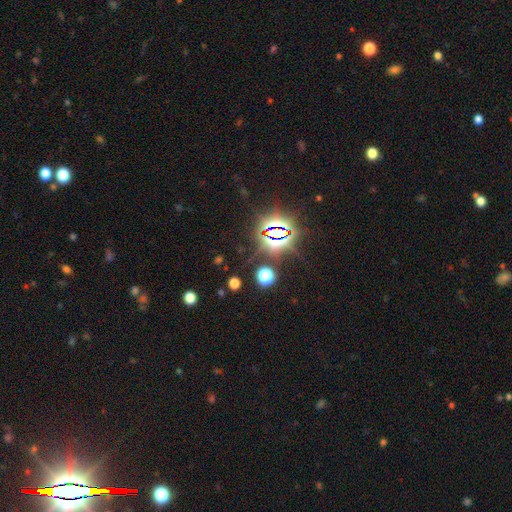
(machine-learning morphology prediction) Overall: star or artifact (83%).